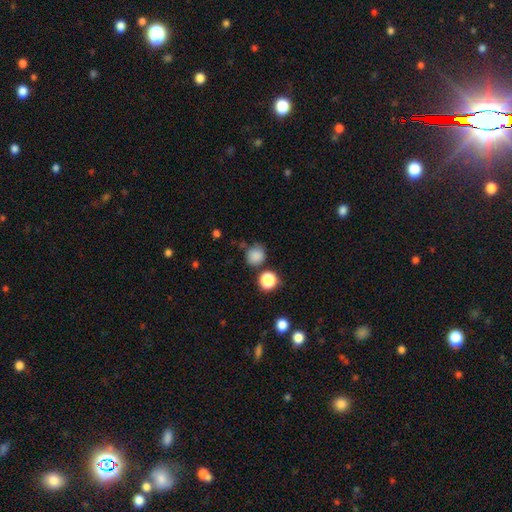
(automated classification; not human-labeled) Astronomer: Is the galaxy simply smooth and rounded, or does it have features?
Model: smooth — 83%.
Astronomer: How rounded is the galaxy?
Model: round — 87%.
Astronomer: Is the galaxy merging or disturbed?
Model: none — 71%.